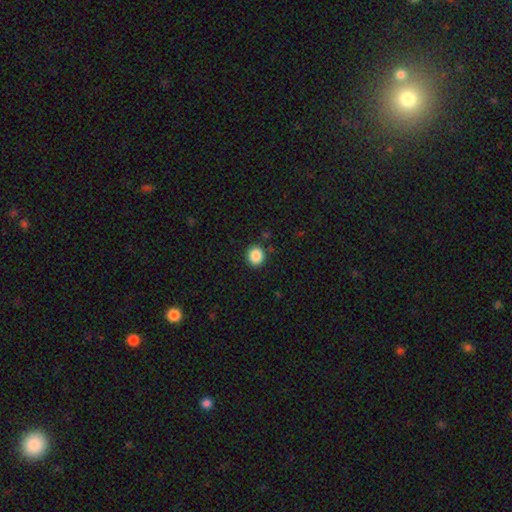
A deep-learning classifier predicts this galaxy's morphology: This is clearly a smooth galaxy (87%). How rounded: clearly round (84%). Merging: clearly none (89%).